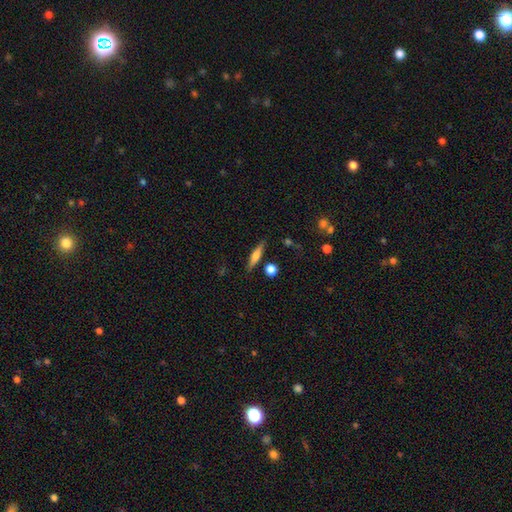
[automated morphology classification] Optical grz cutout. It shows a smooth galaxy with no disk features (53%) that is cigar-shaped (78%). Merging: none (84%).